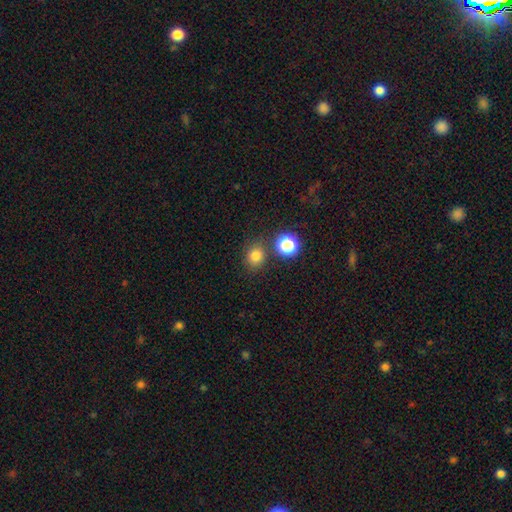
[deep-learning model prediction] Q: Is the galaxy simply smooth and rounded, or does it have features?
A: smooth — 78%.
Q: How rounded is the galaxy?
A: round — 76%.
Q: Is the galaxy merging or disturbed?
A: none — 78%.